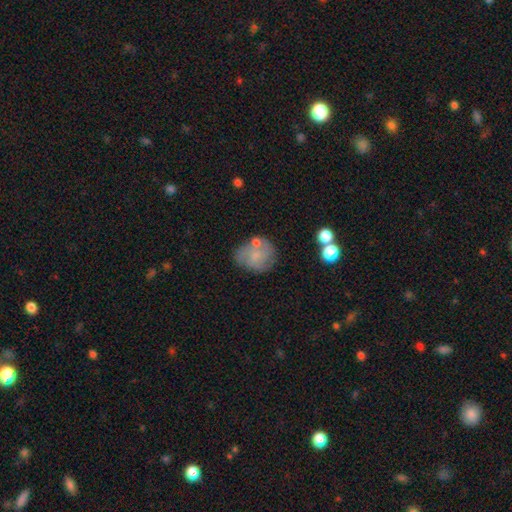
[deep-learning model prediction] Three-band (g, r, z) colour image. It shows a smooth galaxy with no disk features (56%) that is round (64%). Merging: none (56%).